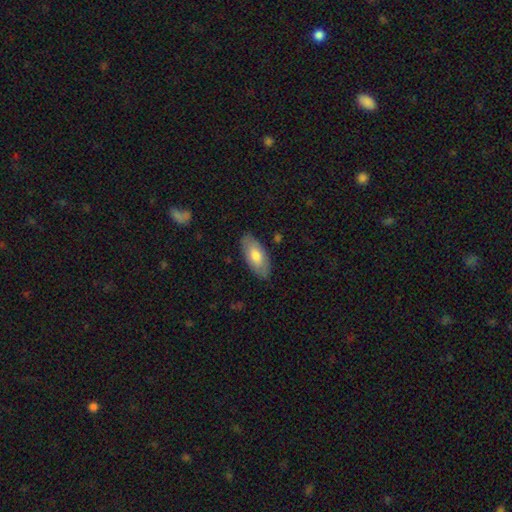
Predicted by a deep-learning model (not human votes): Smooth or featured? smooth (71%)
How rounded? in between (90%)
Merging? none (84%)